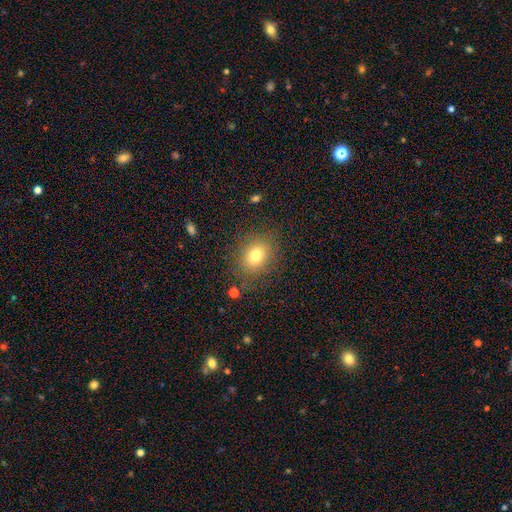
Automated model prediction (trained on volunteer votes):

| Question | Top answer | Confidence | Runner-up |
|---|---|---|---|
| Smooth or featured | smooth | 76% | star or artifact (13%) |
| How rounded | round | 55% | in between (44%) |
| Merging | none | 83% | minor disturbance (11%) |